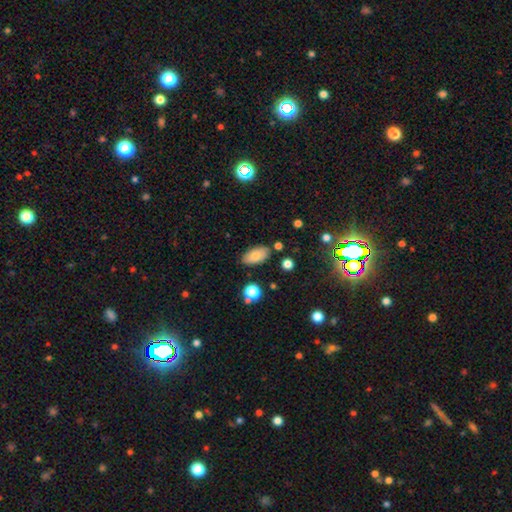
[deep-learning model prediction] smooth 78%, featured or disk 14%, star or artifact 9%. Down the decision tree: how rounded — in between (93%); merging — none (81%).